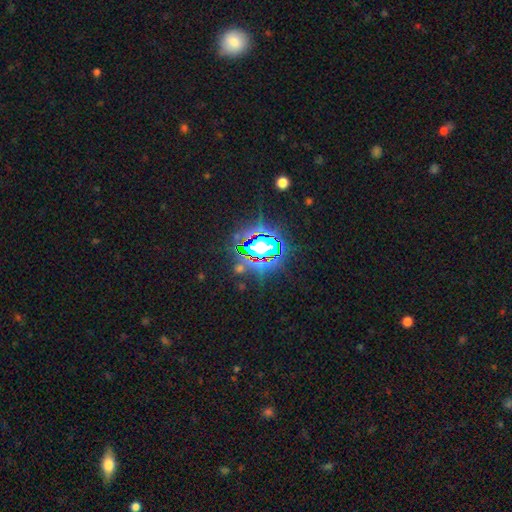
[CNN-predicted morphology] Smooth or featured?
  - star or artifact: 79% *
  - smooth: 12%
  - featured or disk: 9%